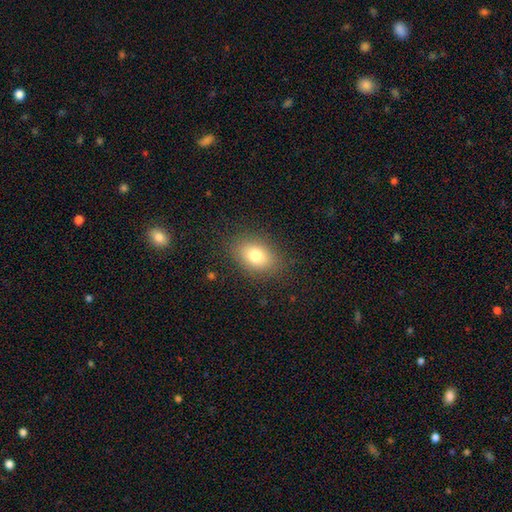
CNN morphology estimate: The model was most divided on "how rounded": in between: 78%, round: 20%, cigar-shaped: 1%. More confident: merging — none (85%); smooth or featured — smooth (78%).